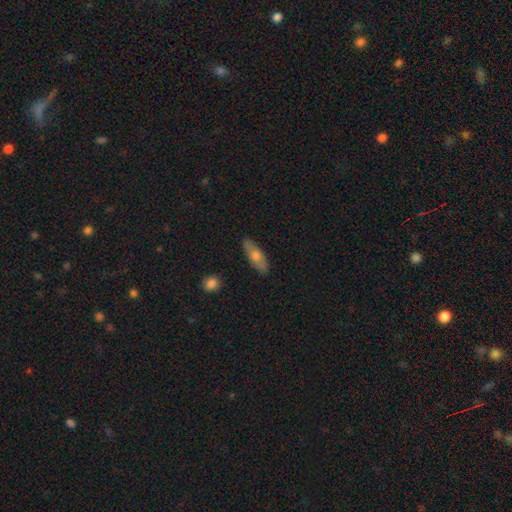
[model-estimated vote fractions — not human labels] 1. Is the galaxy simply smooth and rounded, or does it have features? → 58% smooth, 35% featured or disk, 6% star or artifact.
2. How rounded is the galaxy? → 59% in between, 37% cigar-shaped, 3% round.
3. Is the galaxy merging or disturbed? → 88% none, 9% minor disturbance, 2% major disturbance, 1% merger.